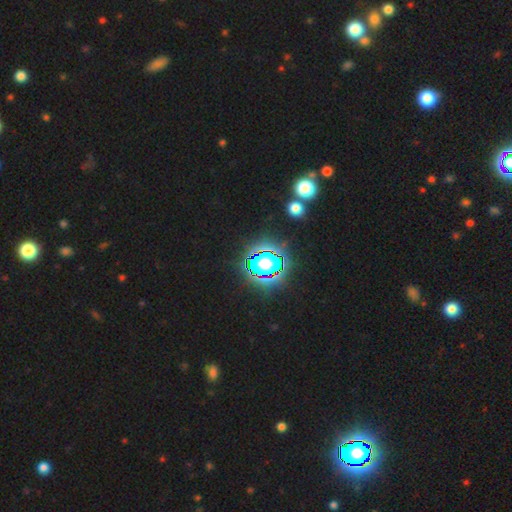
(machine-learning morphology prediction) A star or artifact, not a galaxy (65%).

Vote fractions:
- Smooth or featured? star or artifact: 65% / smooth: 23% / featured or disk: 12%